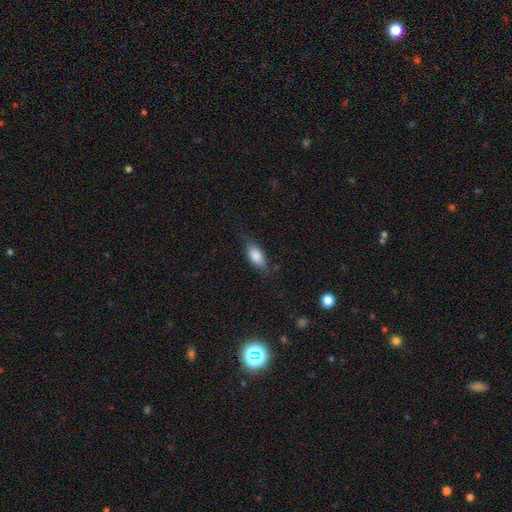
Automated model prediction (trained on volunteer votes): The model was most divided on "merging": none: 72%, minor disturbance: 21%, major disturbance: 6%, merger: 1%. More confident: how rounded — in between (84%); smooth or featured — smooth (81%).